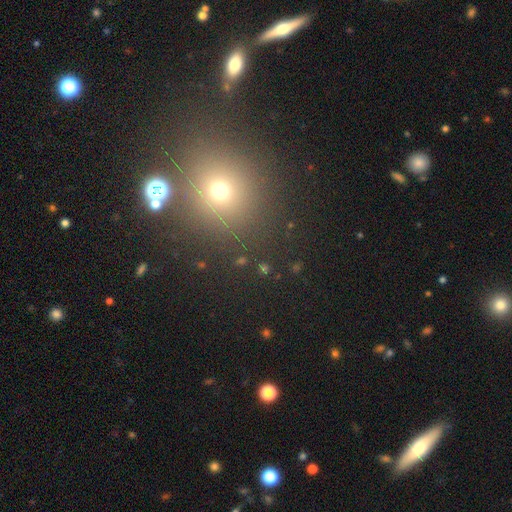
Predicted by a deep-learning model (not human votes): Smooth or featured? smooth (51%)
How rounded? round (84%)
Merging? none (84%)